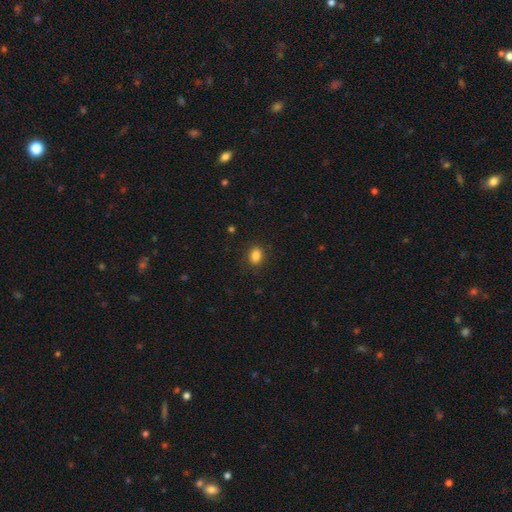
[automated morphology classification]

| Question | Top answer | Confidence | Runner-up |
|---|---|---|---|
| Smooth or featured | smooth | 86% | star or artifact (10%) |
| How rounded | in between | 65% | round (34%) |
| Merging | none | 85% | minor disturbance (10%) |